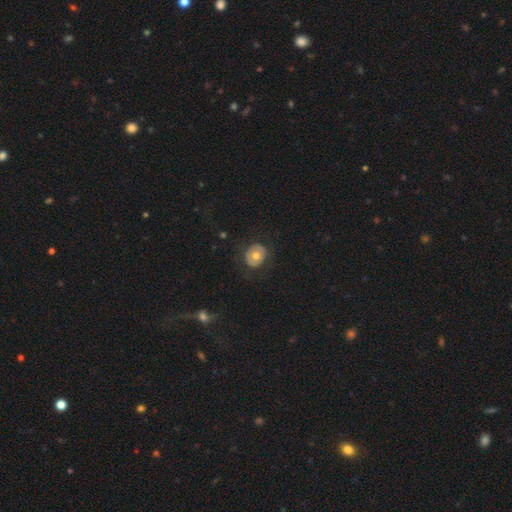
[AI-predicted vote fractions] A smooth galaxy with no disk features (59%) that is round (71%).

Vote fractions:
- Smooth or featured? smooth: 59% / featured or disk: 33% / star or artifact: 8%
- How rounded? round: 71% / in between: 28% / cigar-shaped: 1%
- Merging? none: 76% / minor disturbance: 15% / major disturbance: 8% / merger: 1%